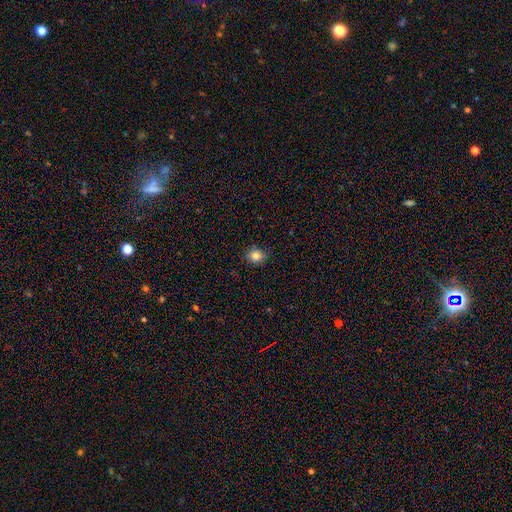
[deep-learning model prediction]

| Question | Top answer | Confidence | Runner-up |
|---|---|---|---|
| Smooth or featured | smooth | 83% | star or artifact (11%) |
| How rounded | round | 72% | in between (27%) |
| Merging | none | 83% | minor disturbance (13%) |